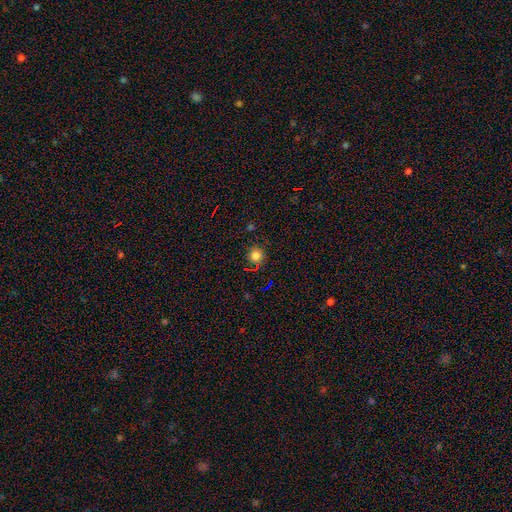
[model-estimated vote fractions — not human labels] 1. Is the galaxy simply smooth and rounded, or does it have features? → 77% smooth, 17% star or artifact, 6% featured or disk.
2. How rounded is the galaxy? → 93% round, 6% in between, 1% cigar-shaped.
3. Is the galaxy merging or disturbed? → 86% none, 8% minor disturbance, 3% merger, 3% major disturbance.